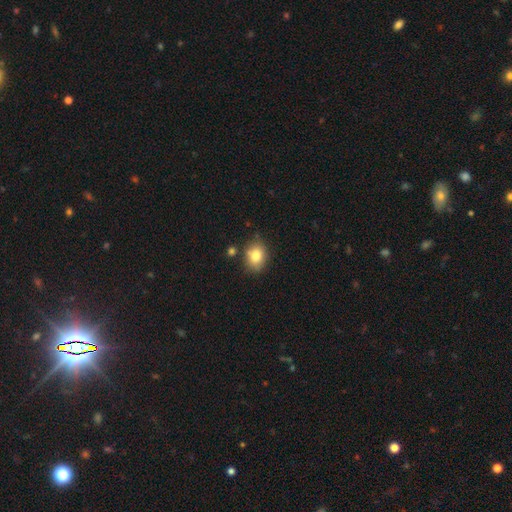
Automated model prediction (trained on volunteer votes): A smooth galaxy with no disk features (81%) that is in between round and cigar-shaped (57%). Merging: none (74%).